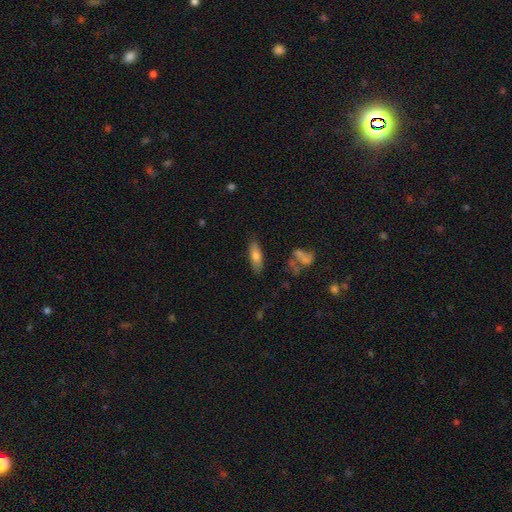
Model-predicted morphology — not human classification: Q: Smooth or featured?
A: smooth (72%); runner-up: featured or disk (21%)
Q: How rounded?
A: in between (66%); runner-up: cigar-shaped (32%)
Q: Merging?
A: none (80%); runner-up: minor disturbance (14%)